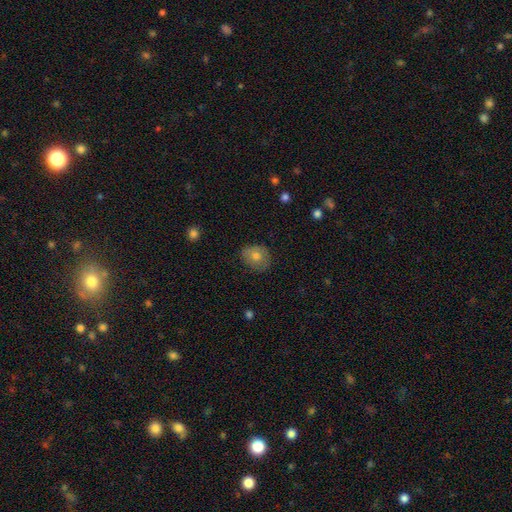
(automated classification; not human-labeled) Q: Smooth or featured?
A: smooth (70%); runner-up: featured or disk (20%)
Q: How rounded?
A: round (56%); runner-up: in between (43%)
Q: Merging?
A: none (77%); runner-up: minor disturbance (18%)